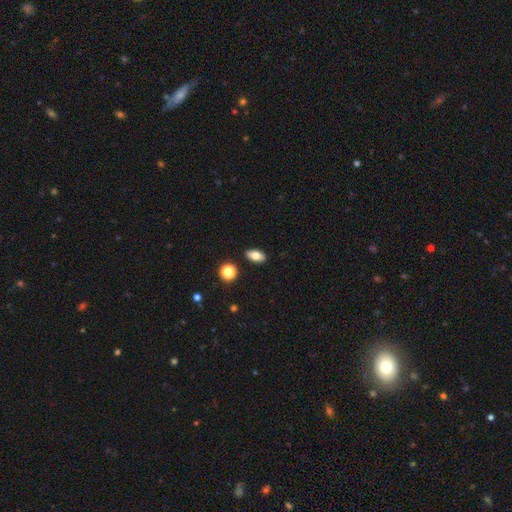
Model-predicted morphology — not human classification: Smooth or featured? smooth (74%)
How rounded? in between (86%)
Merging? none (87%)